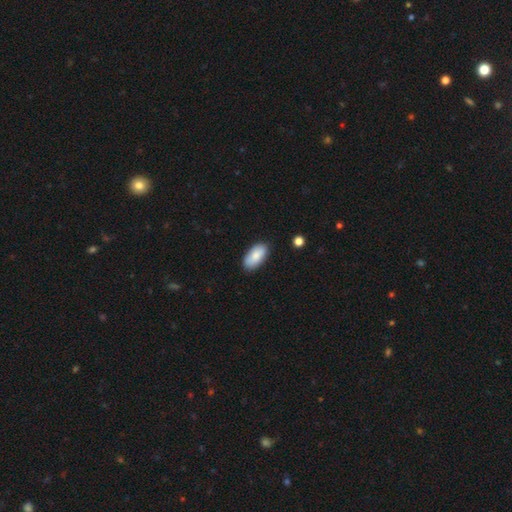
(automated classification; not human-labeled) A smooth galaxy with no disk features (83%) that is in between round and cigar-shaped (94%).

Vote fractions:
- Smooth or featured? smooth: 83% / featured or disk: 11% / star or artifact: 6%
- How rounded? in between: 94% / cigar-shaped: 4% / round: 2%
- Merging? none: 85% / minor disturbance: 11% / major disturbance: 2% / merger: 1%